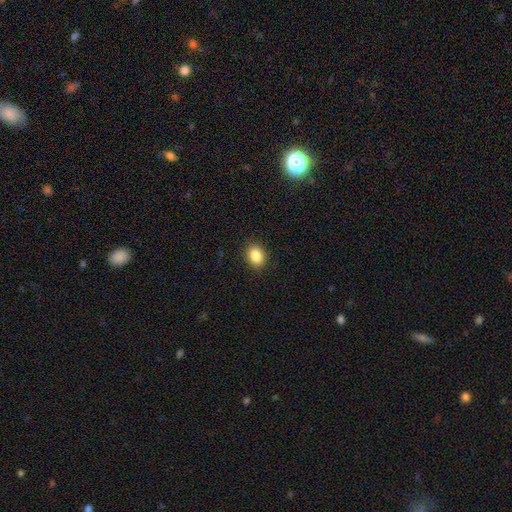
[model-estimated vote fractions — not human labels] Smooth or featured: smooth — 86% (star or artifact — 9%)
How rounded: in between — 65% (round — 34%)
Merging: none — 89% (minor disturbance — 8%)